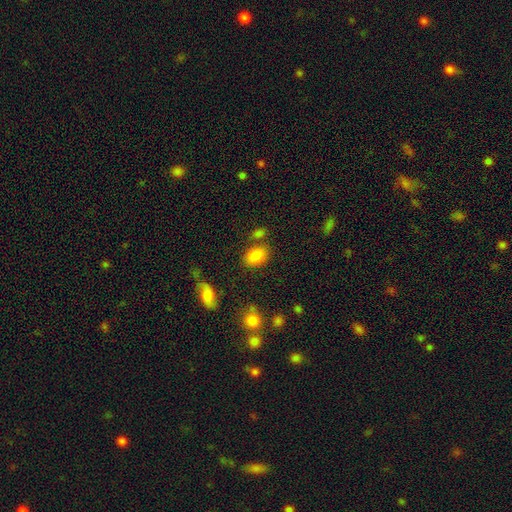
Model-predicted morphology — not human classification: A smooth galaxy with no disk features (83%) that is in between round and cigar-shaped (79%).

Vote fractions:
- Smooth or featured? smooth: 83% / star or artifact: 9% / featured or disk: 8%
- How rounded? in between: 79% / round: 19% / cigar-shaped: 1%
- Merging? none: 74% / minor disturbance: 13% / merger: 10% / major disturbance: 4%